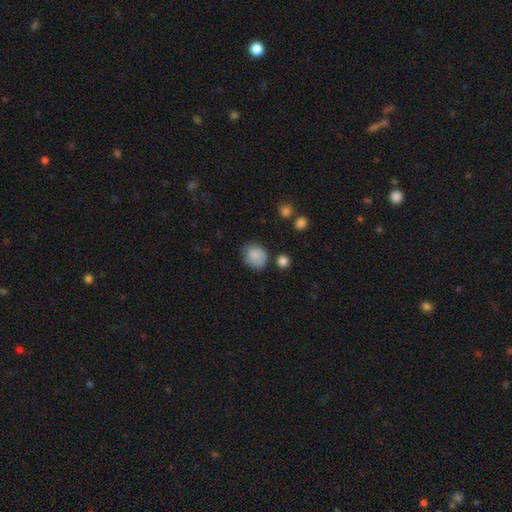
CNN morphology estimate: smooth 84%, star or artifact 9%, featured or disk 7%. Down the decision tree: how rounded — round (67%); merging — none (64%).